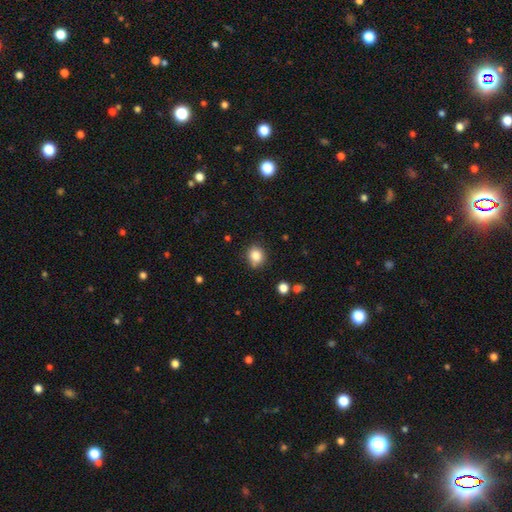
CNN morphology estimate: type=smooth (84%); roundness=round (77%); merging=none (81%).